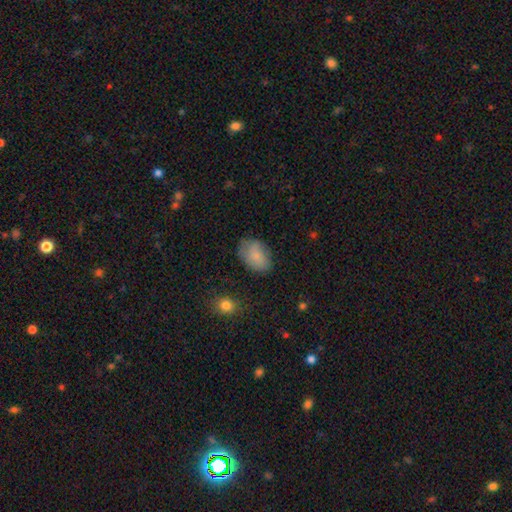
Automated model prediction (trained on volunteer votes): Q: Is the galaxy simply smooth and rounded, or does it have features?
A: smooth — 80%.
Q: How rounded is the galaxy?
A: in between — 86%.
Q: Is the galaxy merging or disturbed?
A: none — 69%.